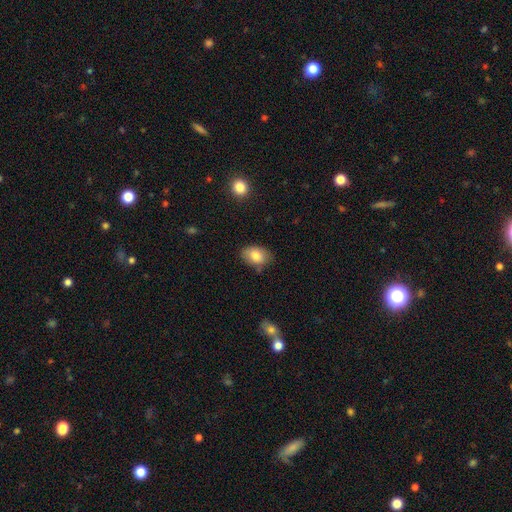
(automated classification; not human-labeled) Morphology: type=smooth (83%); roundness=in between (84%); merging=none (75%).